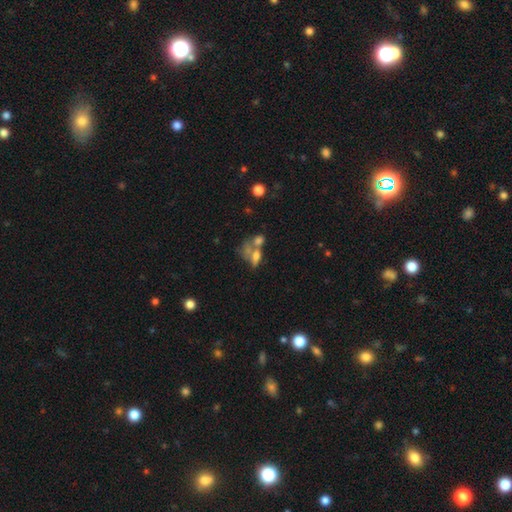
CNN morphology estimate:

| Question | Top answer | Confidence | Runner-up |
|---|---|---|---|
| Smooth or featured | smooth | 52% | featured or disk (33%) |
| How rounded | in between | 73% | round (16%) |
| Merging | merger | 54% | none (24%) |